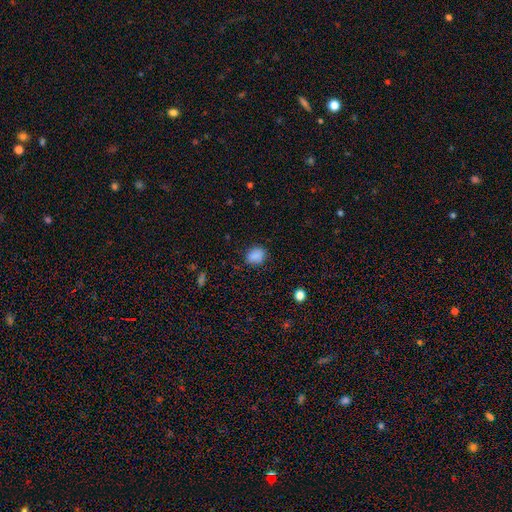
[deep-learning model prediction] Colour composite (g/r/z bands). It shows a smooth galaxy with no disk features (84%) that is in between round and cigar-shaped (51%). Merging: none (79%).